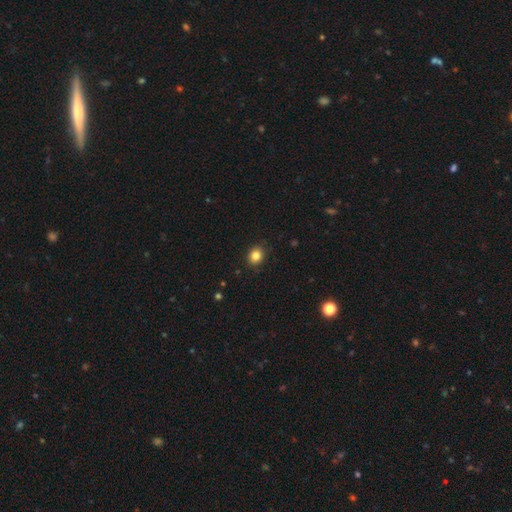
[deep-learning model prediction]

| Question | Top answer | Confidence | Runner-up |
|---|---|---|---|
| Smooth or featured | smooth | 84% | star or artifact (11%) |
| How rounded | round | 62% | in between (37%) |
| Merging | none | 88% | minor disturbance (9%) |